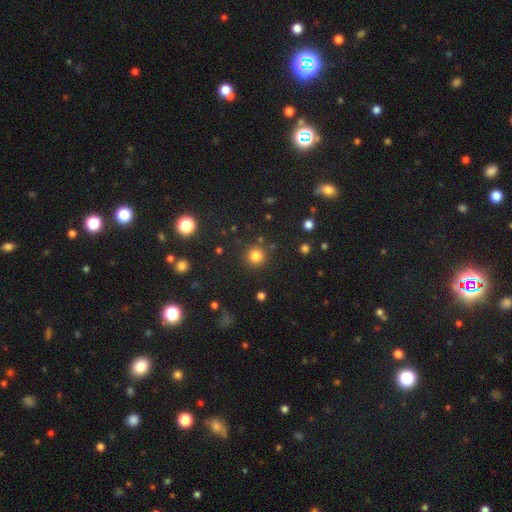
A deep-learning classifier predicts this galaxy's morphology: smooth-or-featured: smooth: 80% | star or artifact: 15% | featured or disk: 5%
  how-rounded: round: 95% | in between: 4% | cigar-shaped: 1%
  merging: none: 88% | minor disturbance: 7% | merger: 3% | major disturbance: 3%